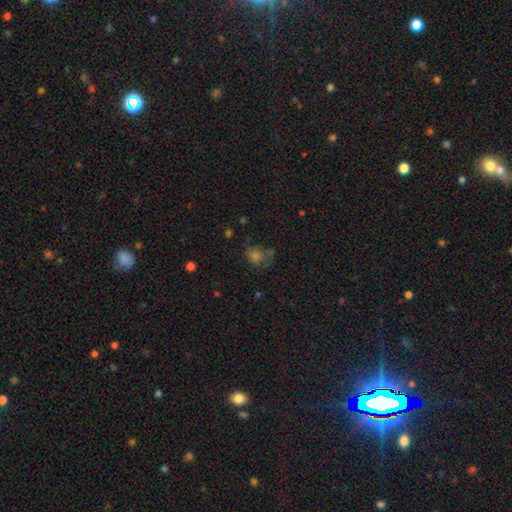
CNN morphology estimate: Smooth or featured? Predicted: smooth (p=0.56). How rounded? Predicted: round (p=0.61). Merging? Predicted: none (p=0.55).